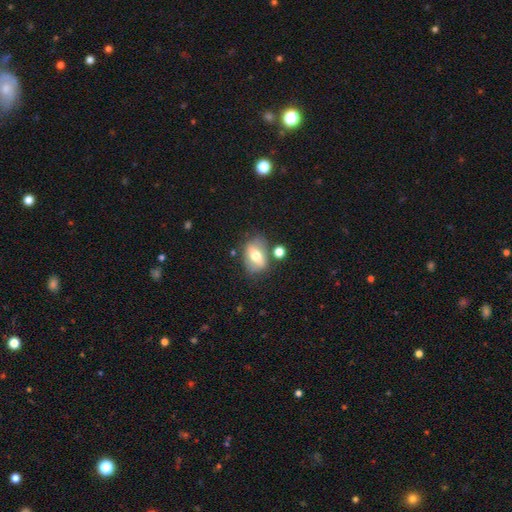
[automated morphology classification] The model was most divided on "smooth or featured": smooth: 54%, featured or disk: 37%, star or artifact: 9%. More confident: how rounded — in between (74%); merging — none (65%).